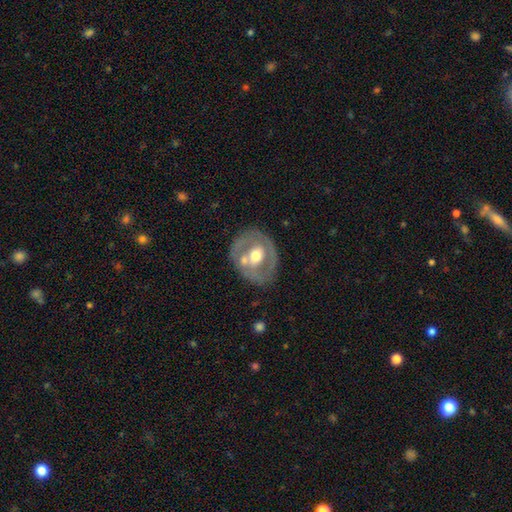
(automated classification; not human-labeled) The model was most divided on "bar": no: 59%, weak: 28%, strong: 13%. More confident: edge-on disk — no (94%); bulge size — moderate (72%); spiral arms — no (72%); merging — none (65%); smooth or featured — featured or disk (63%).